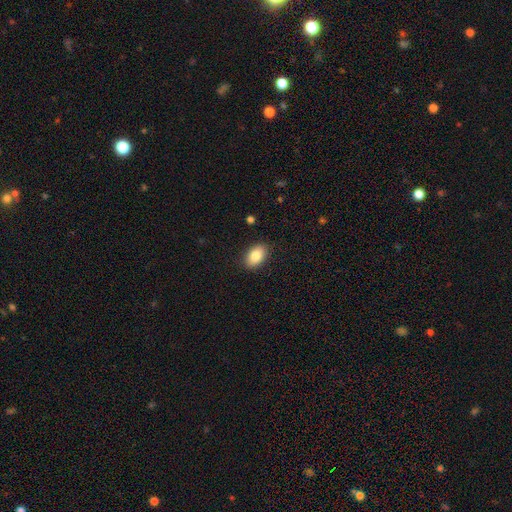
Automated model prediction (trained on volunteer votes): Smooth or featured? Predicted: smooth (p=0.84). How rounded? Predicted: in between (p=0.90). Merging? Predicted: none (p=0.88).